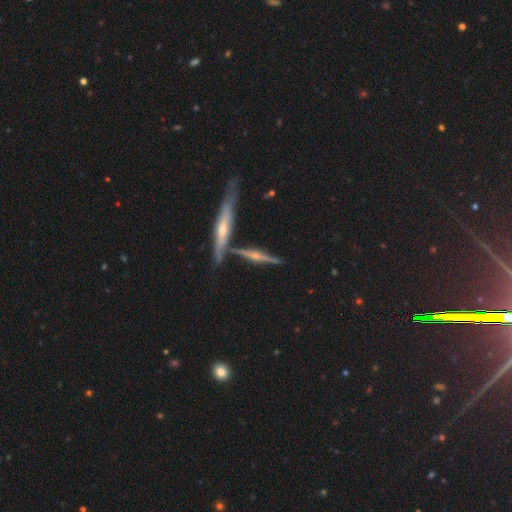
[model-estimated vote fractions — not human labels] Smooth or featured: featured or disk — 76% (smooth — 17%)
Edge-on disk: yes — 95% (no — 5%)
Edge-on bulge: rounded — 81% (none — 9%)
Merging: none — 68% (merger — 16%)